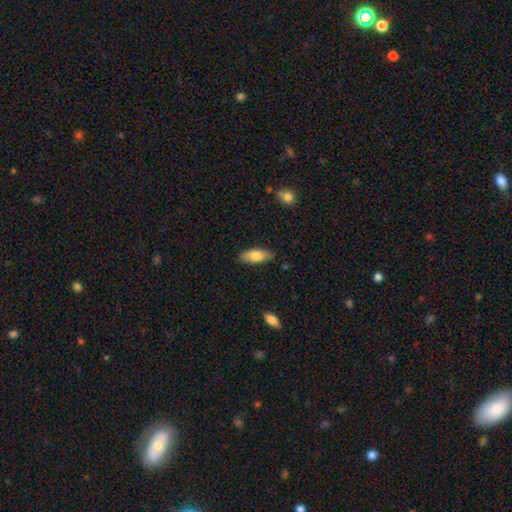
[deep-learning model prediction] smooth-or-featured: smooth: 76% | featured or disk: 18% | star or artifact: 6%
  how-rounded: in between: 75% | cigar-shaped: 22% | round: 2%
  merging: none: 84% | minor disturbance: 13% | major disturbance: 2% | merger: 1%